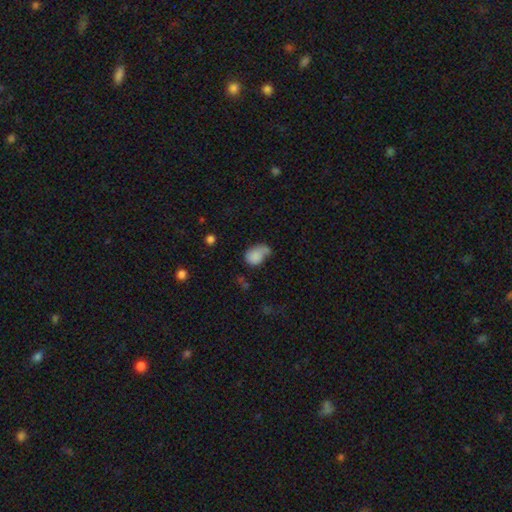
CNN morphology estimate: smooth 79%, featured or disk 12%, star or artifact 9%. Down the decision tree: how rounded — in between (70%); merging — none (34%).